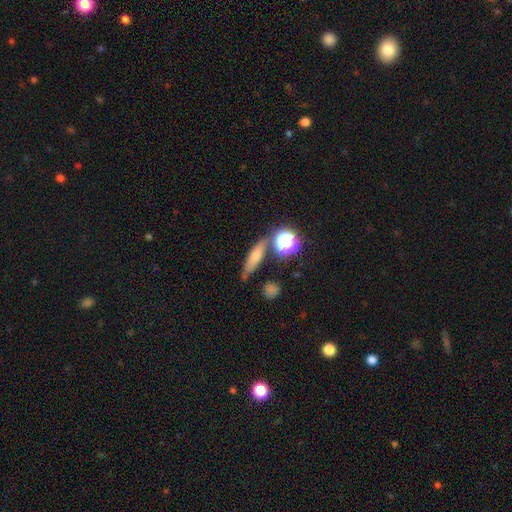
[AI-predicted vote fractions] Smooth or featured? smooth (63%)
How rounded? cigar-shaped (56%)
Merging? none (70%)